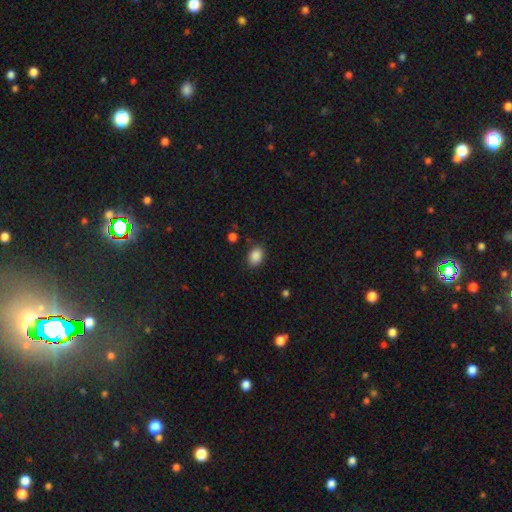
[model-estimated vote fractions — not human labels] Smooth or featured: smooth — 88% (star or artifact — 8%)
How rounded: in between — 76% (round — 23%)
Merging: none — 84% (minor disturbance — 11%)